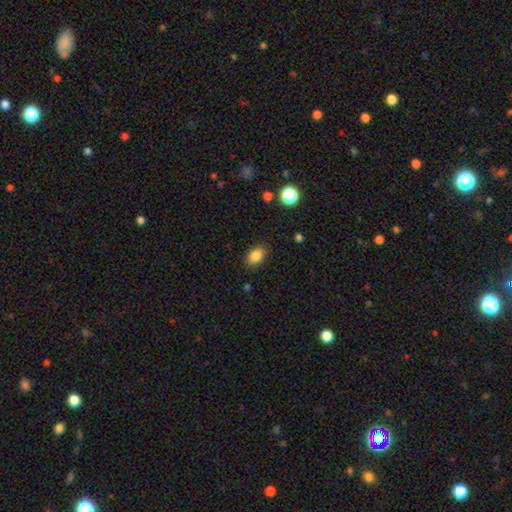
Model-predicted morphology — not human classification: A smooth galaxy with no disk features (85%) that is in between round and cigar-shaped (78%).

Vote fractions:
- Smooth or featured? smooth: 85% / star or artifact: 10% / featured or disk: 5%
- How rounded? in between: 78% / round: 20% / cigar-shaped: 1%
- Merging? none: 84% / minor disturbance: 12% / major disturbance: 3% / merger: 1%